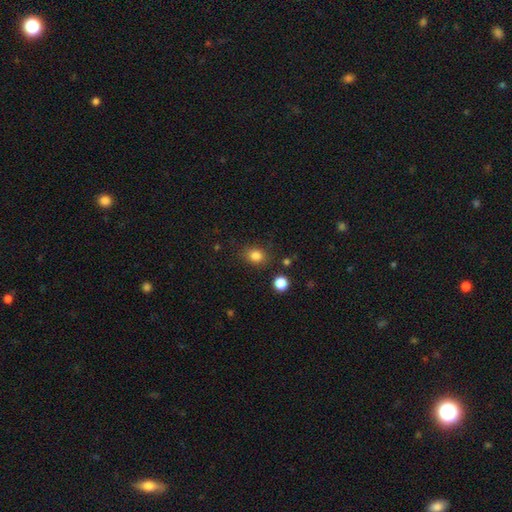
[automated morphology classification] smooth_or_featured: smooth (p=0.83) [alt: star or artifact p=0.12]
how_rounded: round (p=0.53) [alt: in between p=0.46]
merging: none (p=0.82) [alt: minor disturbance p=0.12]